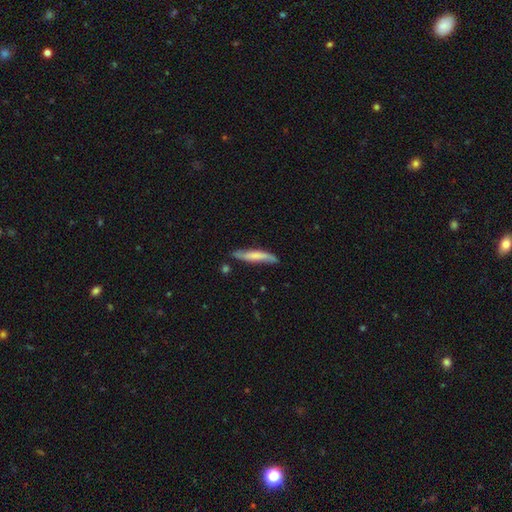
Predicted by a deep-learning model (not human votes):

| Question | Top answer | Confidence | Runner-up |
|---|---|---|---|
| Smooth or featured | smooth | 56% | featured or disk (38%) |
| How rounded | cigar-shaped | 88% | in between (10%) |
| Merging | none | 73% | minor disturbance (20%) |